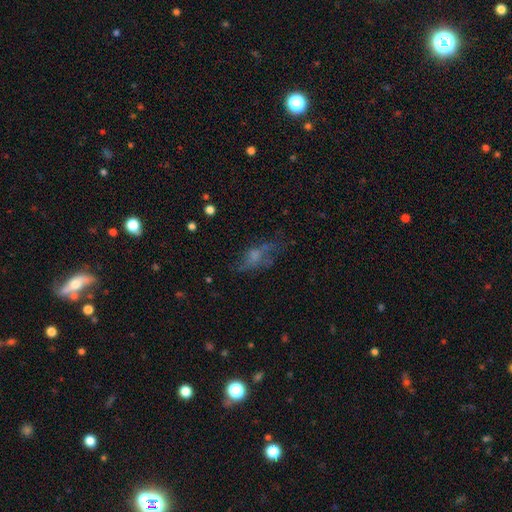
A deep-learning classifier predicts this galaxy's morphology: Q: Smooth or featured?
A: featured or disk (42%); runner-up: smooth (40%)
Q: Merging?
A: none (46%); runner-up: major disturbance (28%)